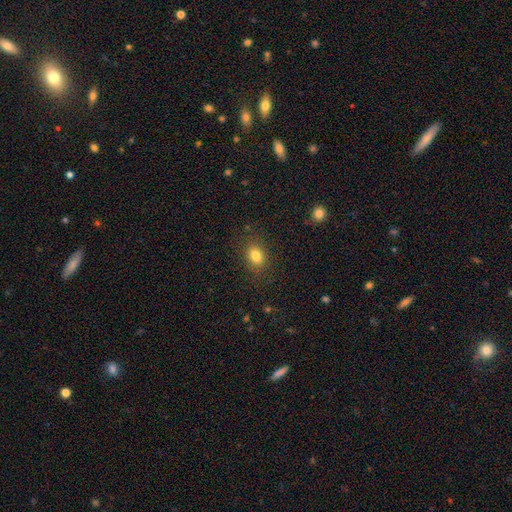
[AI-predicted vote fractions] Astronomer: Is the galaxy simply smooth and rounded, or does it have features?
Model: smooth — 82%.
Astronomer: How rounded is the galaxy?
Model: in between — 64%.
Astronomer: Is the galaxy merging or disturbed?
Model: none — 85%.